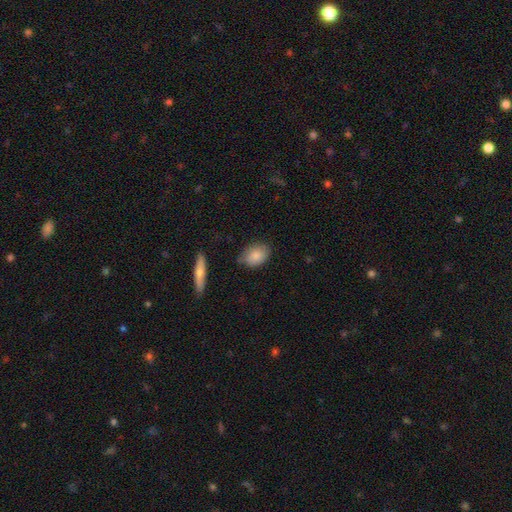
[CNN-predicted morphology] Overall: smooth (85%). How rounded: in between (77%). Merging: none (72%).